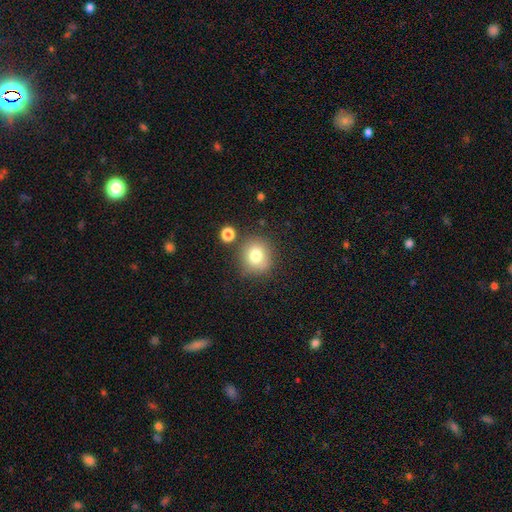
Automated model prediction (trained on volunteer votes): Q: Smooth or featured?
A: smooth (77%); runner-up: star or artifact (12%)
Q: How rounded?
A: round (86%); runner-up: in between (13%)
Q: Merging?
A: none (78%); runner-up: minor disturbance (11%)